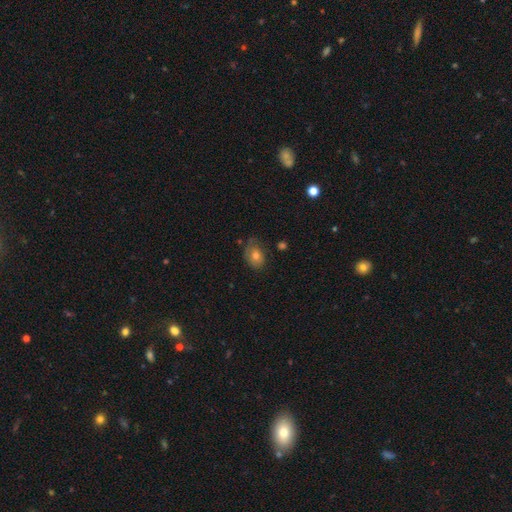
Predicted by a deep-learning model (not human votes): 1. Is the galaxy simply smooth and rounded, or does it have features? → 69% smooth, 20% featured or disk, 11% star or artifact.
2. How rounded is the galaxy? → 65% in between, 34% round, 1% cigar-shaped.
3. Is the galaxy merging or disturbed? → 66% none, 25% minor disturbance, 7% major disturbance, 2% merger.